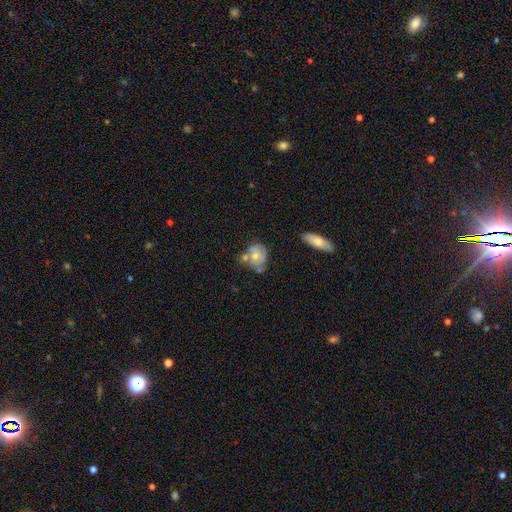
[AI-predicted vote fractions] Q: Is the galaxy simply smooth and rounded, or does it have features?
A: smooth — 52%.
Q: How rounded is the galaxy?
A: in between — 54%.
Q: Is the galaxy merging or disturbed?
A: none — 38%.